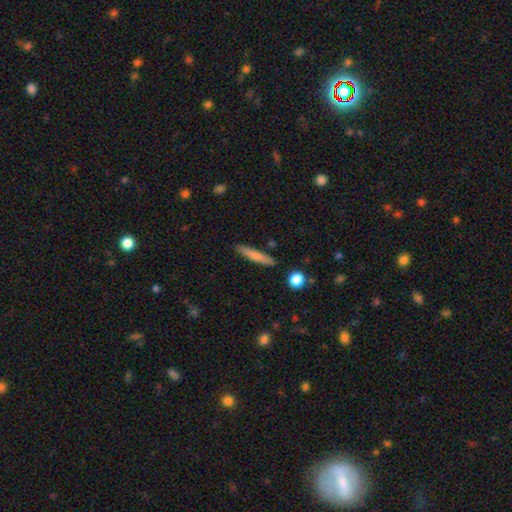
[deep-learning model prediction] A smooth galaxy with no disk features (72%) that is cigar-shaped (91%). Merging: none (87%).